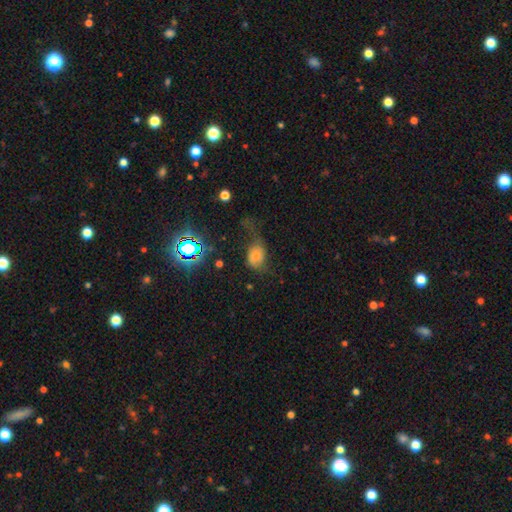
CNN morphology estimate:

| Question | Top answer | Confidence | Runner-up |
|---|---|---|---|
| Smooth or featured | smooth | 62% | featured or disk (22%) |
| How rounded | in between | 73% | round (25%) |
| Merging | major disturbance | 40% | none (29%) |